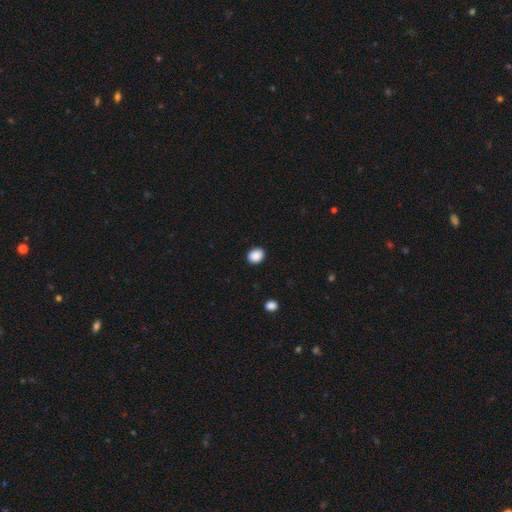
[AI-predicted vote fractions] Smooth or featured? Predicted: smooth (p=0.89). How rounded? Predicted: round (p=0.64). Merging? Predicted: none (p=0.91).